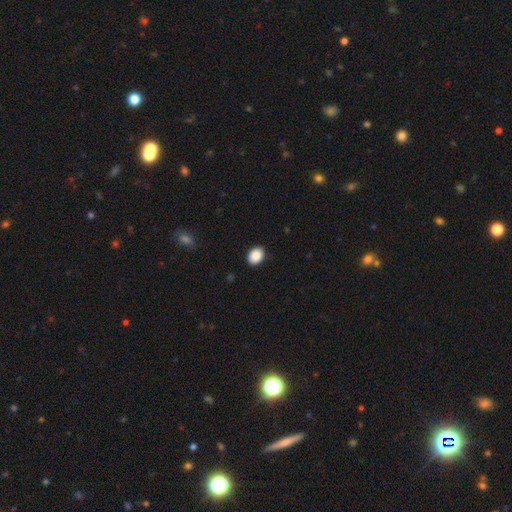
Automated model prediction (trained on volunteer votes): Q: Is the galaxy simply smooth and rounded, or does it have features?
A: smooth — 90%.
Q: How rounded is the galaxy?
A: in between — 71%.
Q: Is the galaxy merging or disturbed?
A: none — 89%.